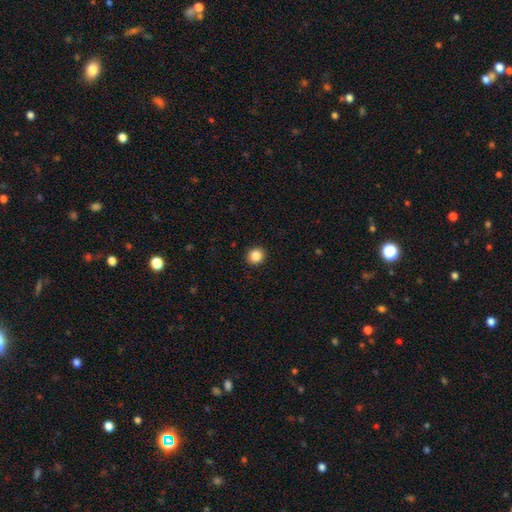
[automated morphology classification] Overall: smooth (86%). How rounded: round (89%). Merging: none (93%).